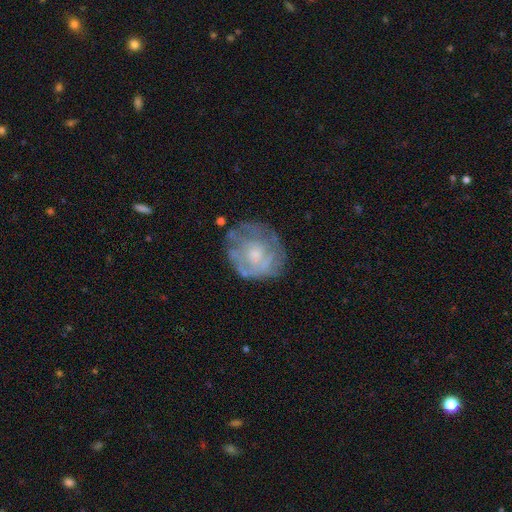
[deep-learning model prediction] Smooth or featured?
  - featured or disk: 62% *
  - smooth: 30%
  - star or artifact: 8%
Edge-on disk?
  - no: 97% *
  - yes: 3%
Bar?
  - no: 83% *
  - weak: 15%
  - strong: 2%
Spiral arms?
  - no: 55% *
  - yes: 45%
Bulge size?
  - small: 44% *
  - moderate: 42%
  - none: 9%
  - large: 4%
  - dominant: 1%
Merging?
  - none: 65% *
  - minor disturbance: 21%
  - major disturbance: 12%
  - merger: 2%